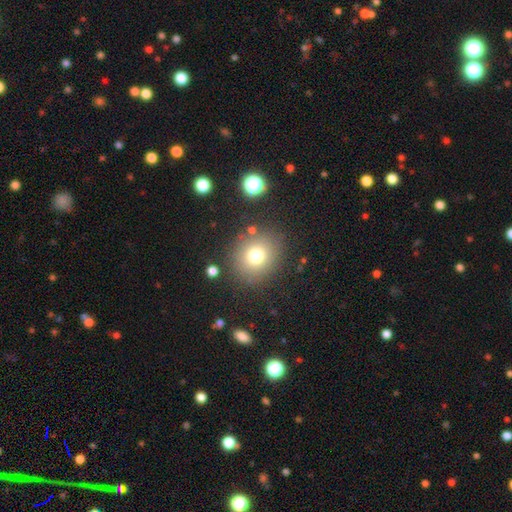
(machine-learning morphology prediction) Q: Smooth or featured?
A: smooth (74%); runner-up: star or artifact (15%)
Q: How rounded?
A: round (80%); runner-up: in between (19%)
Q: Merging?
A: none (83%); runner-up: minor disturbance (9%)